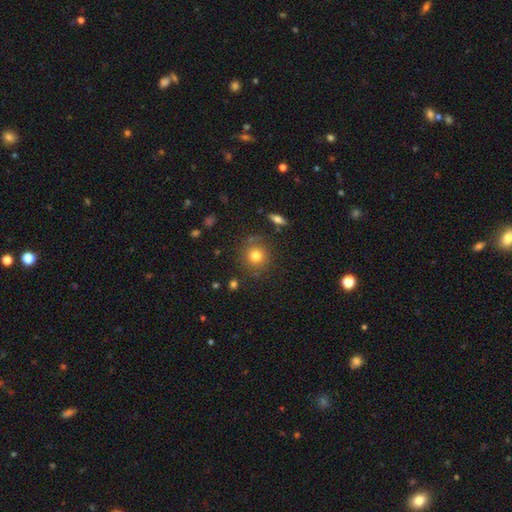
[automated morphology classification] Smooth or featured? smooth (78%)
How rounded? round (91%)
Merging? none (82%)